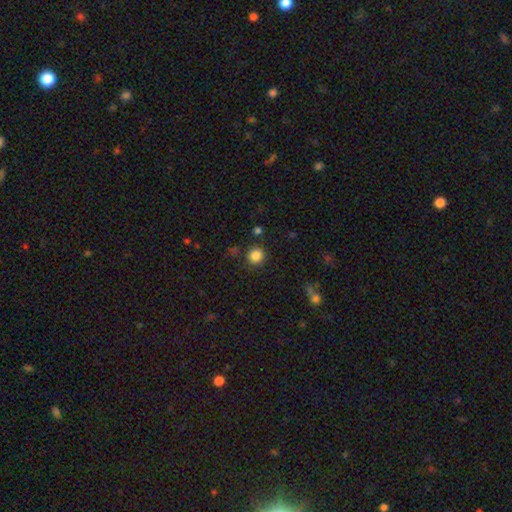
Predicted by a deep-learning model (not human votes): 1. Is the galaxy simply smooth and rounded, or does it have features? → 85% smooth, 11% star or artifact, 4% featured or disk.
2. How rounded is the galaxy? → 93% round, 6% in between, 1% cigar-shaped.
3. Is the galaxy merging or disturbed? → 88% none, 7% minor disturbance, 3% major disturbance, 3% merger.